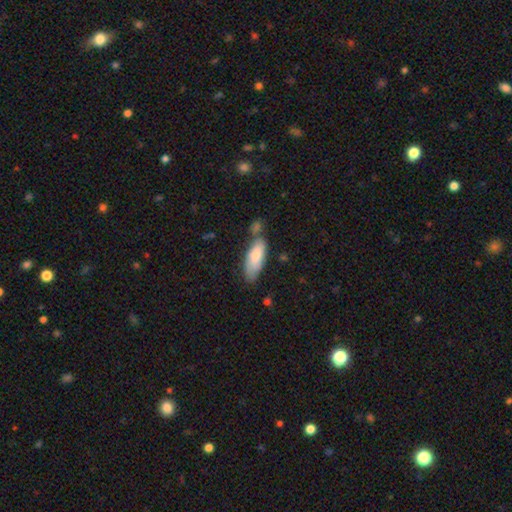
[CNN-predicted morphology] smooth-or-featured: smooth: 80% | featured or disk: 14% | star or artifact: 6%
  how-rounded: in between: 70% | cigar-shaped: 28% | round: 2%
  merging: none: 55% | minor disturbance: 22% | merger: 17% | major disturbance: 6%